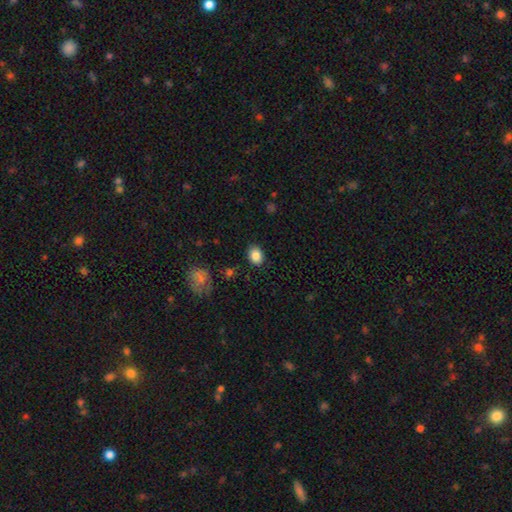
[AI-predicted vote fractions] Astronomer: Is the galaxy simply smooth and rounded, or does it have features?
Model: smooth — 86%.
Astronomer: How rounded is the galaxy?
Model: in between — 63%.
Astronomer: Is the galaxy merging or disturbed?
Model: none — 86%.